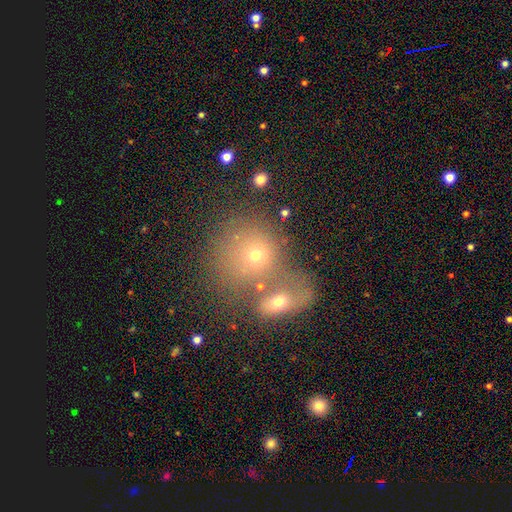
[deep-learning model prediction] smooth 66%, featured or disk 19%, star or artifact 15%. Down the decision tree: how rounded — round (77%); merging — merger (56%).